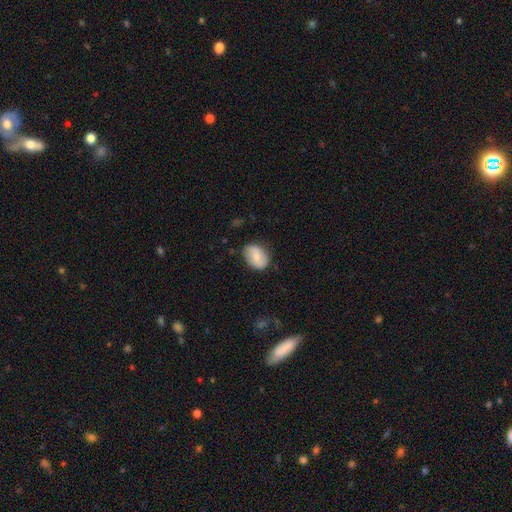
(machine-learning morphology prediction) This is likely a smooth galaxy (61%). How rounded: likely in between (70%). Merging: likely none (78%).